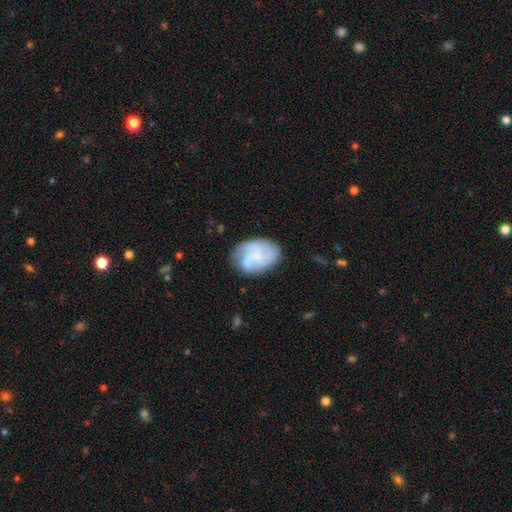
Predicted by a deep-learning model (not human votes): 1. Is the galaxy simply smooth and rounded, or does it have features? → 59% featured or disk, 34% smooth, 8% star or artifact.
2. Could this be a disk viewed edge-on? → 98% no, 2% yes.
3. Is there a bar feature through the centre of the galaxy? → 68% no, 27% weak, 5% strong.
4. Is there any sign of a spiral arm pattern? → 80% yes, 20% no.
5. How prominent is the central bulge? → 45% none, 36% small, 15% moderate, 3% large, 1% dominant.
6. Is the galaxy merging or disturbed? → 63% none, 23% minor disturbance, 10% major disturbance, 4% merger.